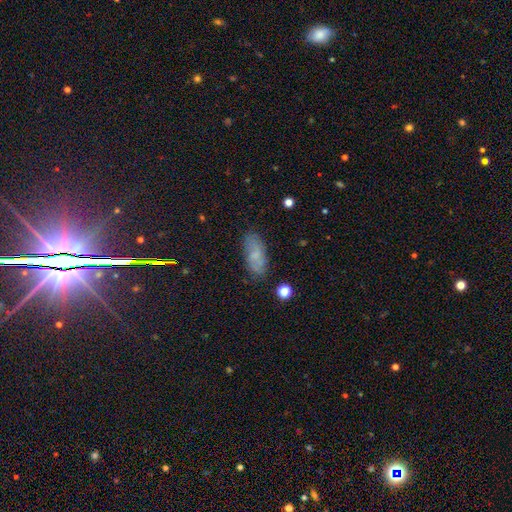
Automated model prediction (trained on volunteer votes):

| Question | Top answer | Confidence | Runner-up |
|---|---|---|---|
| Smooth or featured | smooth | 61% | featured or disk (26%) |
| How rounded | in between | 85% | cigar-shaped (11%) |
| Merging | none | 77% | minor disturbance (17%) |